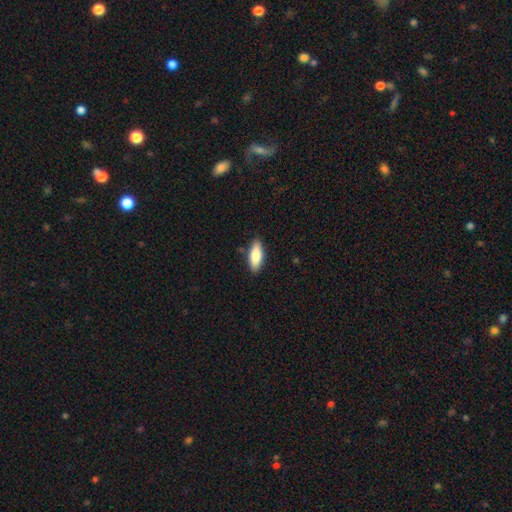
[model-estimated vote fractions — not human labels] Smooth or featured: smooth — 83% (featured or disk — 11%)
How rounded: in between — 76% (cigar-shaped — 22%)
Merging: none — 85% (minor disturbance — 11%)